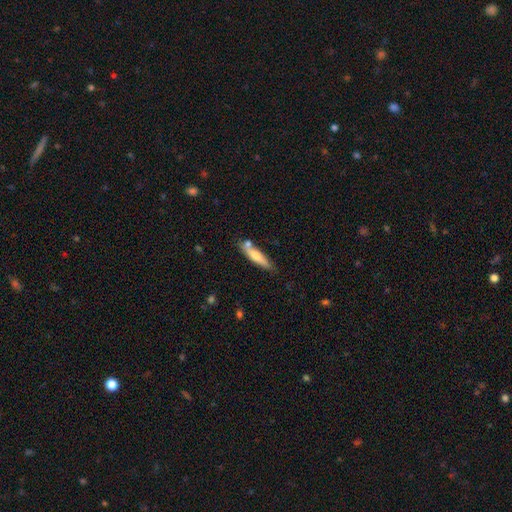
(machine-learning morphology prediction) smooth-or-featured: smooth: 60% | featured or disk: 34% | star or artifact: 6%
  how-rounded: cigar-shaped: 80% | in between: 18% | round: 2%
  merging: none: 68% | minor disturbance: 15% | merger: 13% | major disturbance: 3%